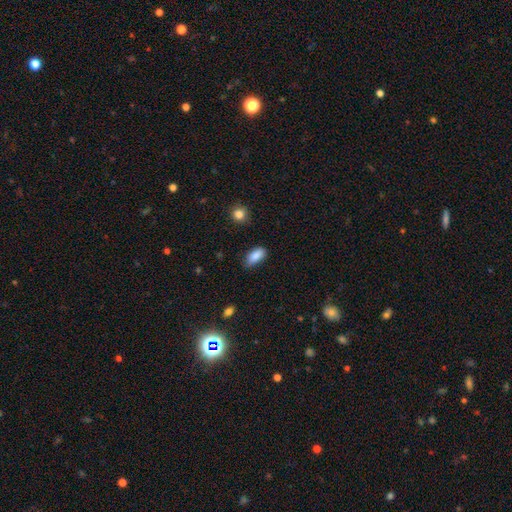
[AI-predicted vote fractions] Smooth or featured?
  - smooth: 86% *
  - star or artifact: 8%
  - featured or disk: 6%
How rounded?
  - in between: 89% *
  - cigar-shaped: 7%
  - round: 3%
Merging?
  - none: 70% *
  - minor disturbance: 25%
  - major disturbance: 4%
  - merger: 2%